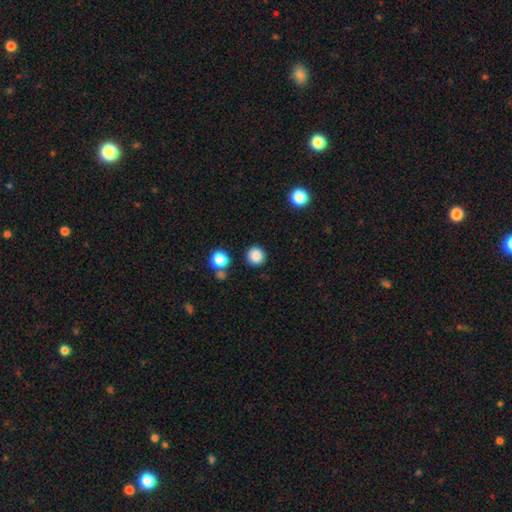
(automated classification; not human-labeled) This appears to be a smooth galaxy with no disk features (86%) that is round (94%). Merging: none (89%).